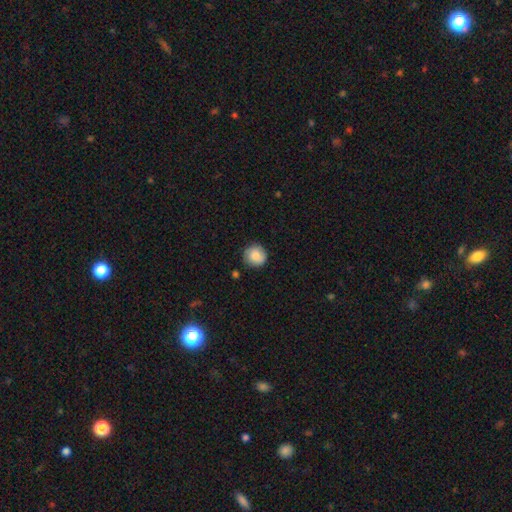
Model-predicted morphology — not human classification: smooth-or-featured: smooth: 85% | star or artifact: 8% | featured or disk: 8%
  how-rounded: round: 92% | in between: 7% | cigar-shaped: 1%
  merging: none: 83% | minor disturbance: 13% | major disturbance: 3% | merger: 2%